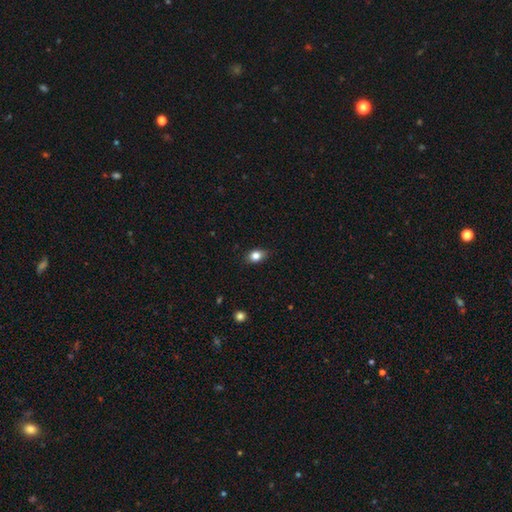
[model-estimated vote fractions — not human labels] Smooth or featured?
  - smooth: 82% *
  - star or artifact: 10%
  - featured or disk: 8%
How rounded?
  - in between: 67% *
  - round: 31%
  - cigar-shaped: 2%
Merging?
  - none: 83% *
  - minor disturbance: 14%
  - major disturbance: 2%
  - merger: 1%